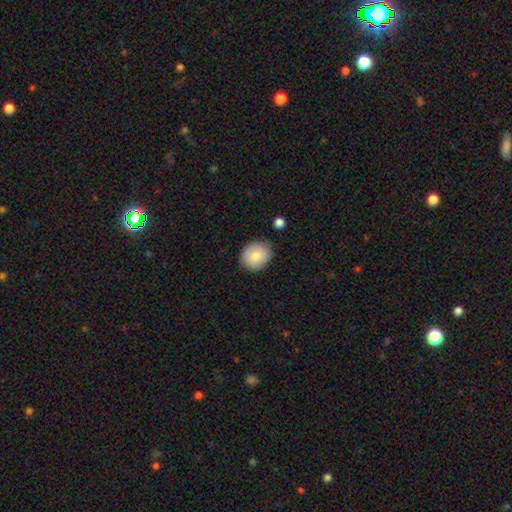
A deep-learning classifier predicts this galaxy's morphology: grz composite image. It shows a smooth galaxy with no disk features (81%) that is round (54%). Merging: none (79%).